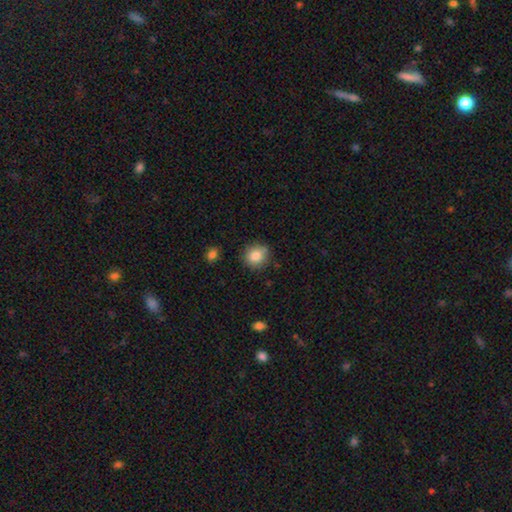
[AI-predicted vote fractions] Smooth or featured: smooth — 84% (star or artifact — 9%)
How rounded: round — 83% (in between — 16%)
Merging: none — 82% (minor disturbance — 13%)